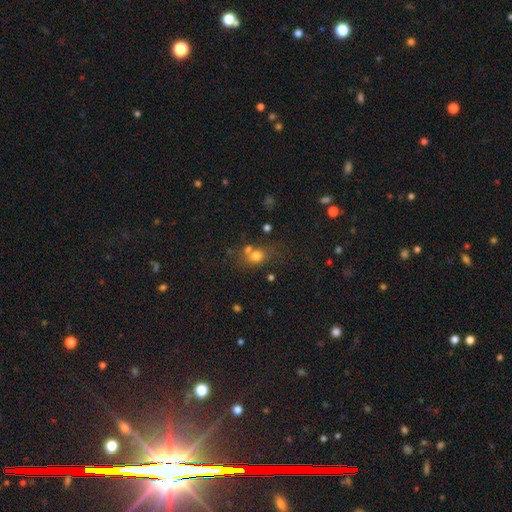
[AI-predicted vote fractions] A smooth galaxy with no disk features (72%) that is round (60%). Merging: none (49%).